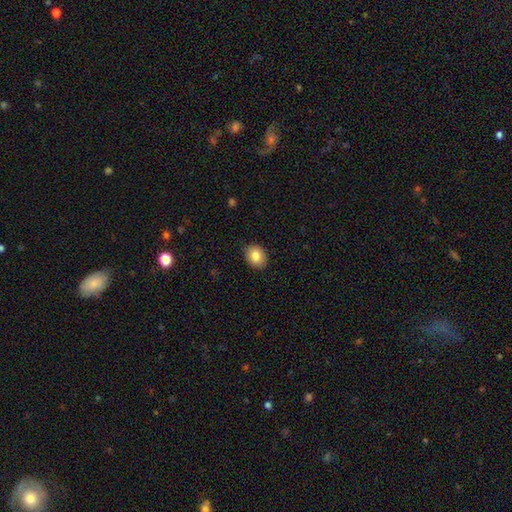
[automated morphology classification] smooth 84%, star or artifact 8%, featured or disk 7%. Down the decision tree: how rounded — in between (58%); merging — none (88%).